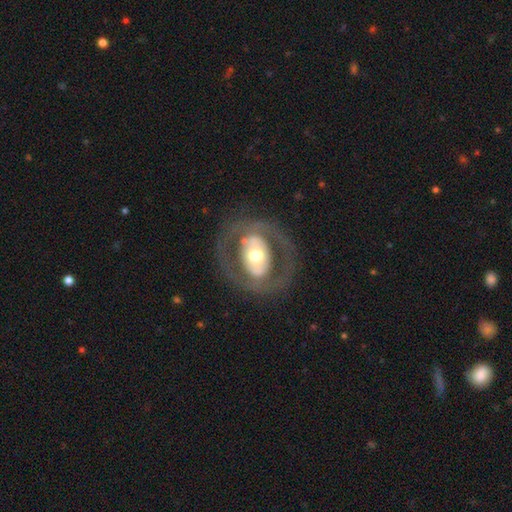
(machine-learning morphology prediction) Overall: featured or disk (66%; smooth 28%). Edge-on disk: no (93%). Bar: no (58%; strong 23%). Spiral arms: no (76%). Bulge size: moderate (61%). Merging: none (74%).